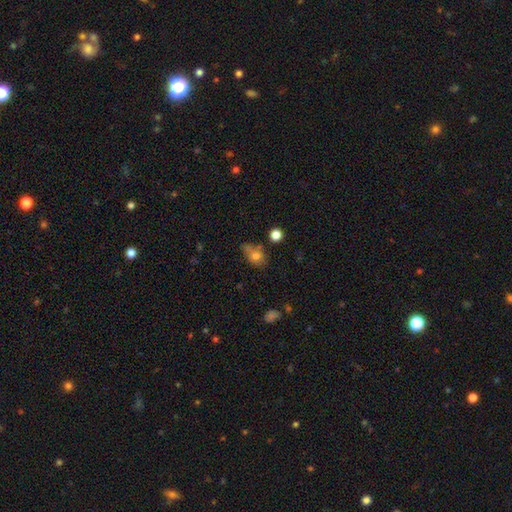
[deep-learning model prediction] smooth_or_featured: smooth (p=0.73) [alt: featured or disk p=0.16]
how_rounded: in between (p=0.66) [alt: round p=0.32]
merging: none (p=0.47) [alt: minor disturbance p=0.29]